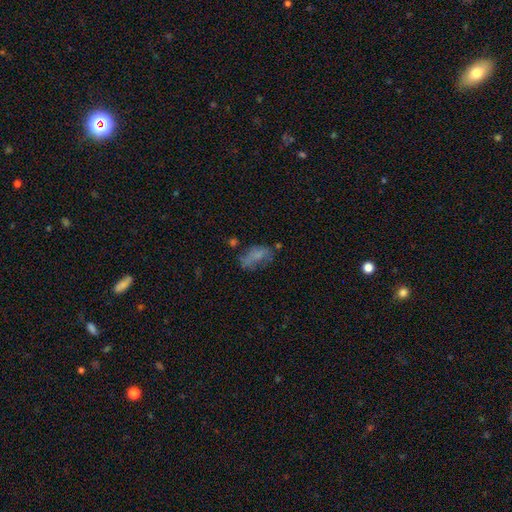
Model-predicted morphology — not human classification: type=smooth (61%); roundness=in between (86%); merging=none (43%).